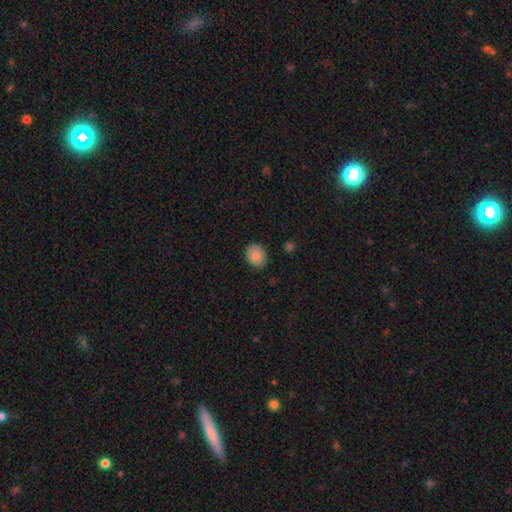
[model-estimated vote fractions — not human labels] Smooth or featured: smooth — 83% (featured or disk — 9%)
How rounded: in between — 50% (round — 49%)
Merging: none — 82% (minor disturbance — 14%)